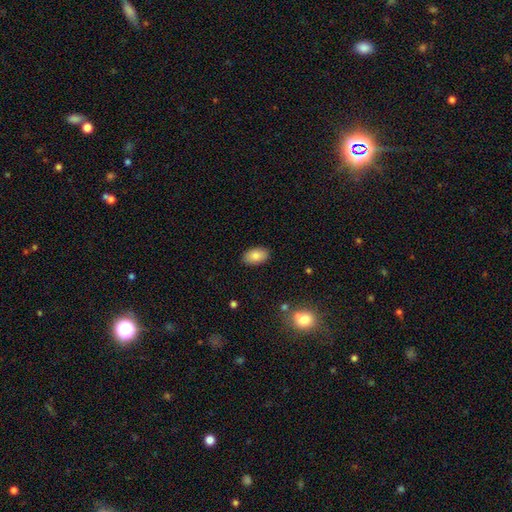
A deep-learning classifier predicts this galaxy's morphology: smooth 84%, featured or disk 8%, star or artifact 7%. Down the decision tree: how rounded — in between (93%); merging — none (88%).